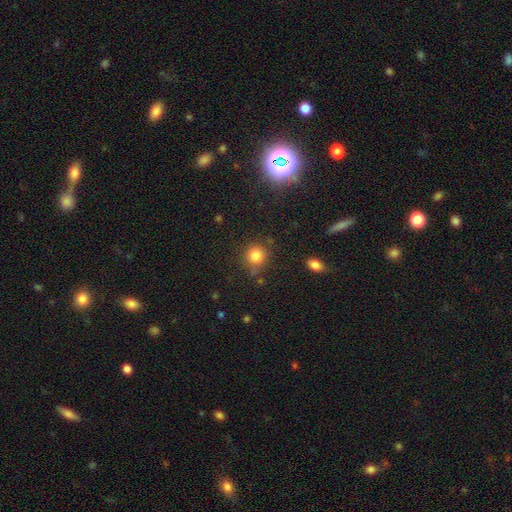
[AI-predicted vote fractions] smooth_or_featured: smooth (p=0.83) [alt: star or artifact p=0.12]
how_rounded: round (p=0.89) [alt: in between p=0.10]
merging: none (p=0.78) [alt: minor disturbance p=0.12]